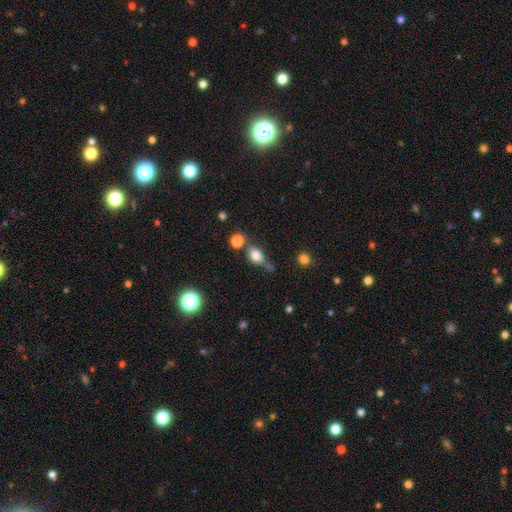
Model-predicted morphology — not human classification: A smooth galaxy with no disk features (74%) that is in between round and cigar-shaped (53%).

Vote fractions:
- Smooth or featured? smooth: 74% / featured or disk: 14% / star or artifact: 12%
- How rounded? in between: 53% / round: 41% / cigar-shaped: 5%
- Merging? none: 48% / merger: 21% / minor disturbance: 20% / major disturbance: 11%